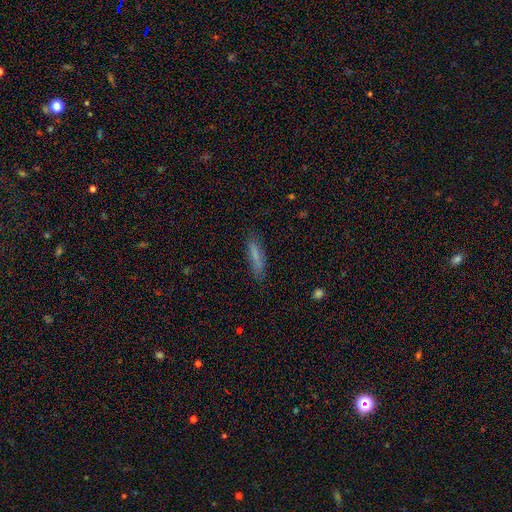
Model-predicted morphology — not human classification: Overall: smooth (69%). How rounded: cigar-shaped (78%). Merging: none (76%).